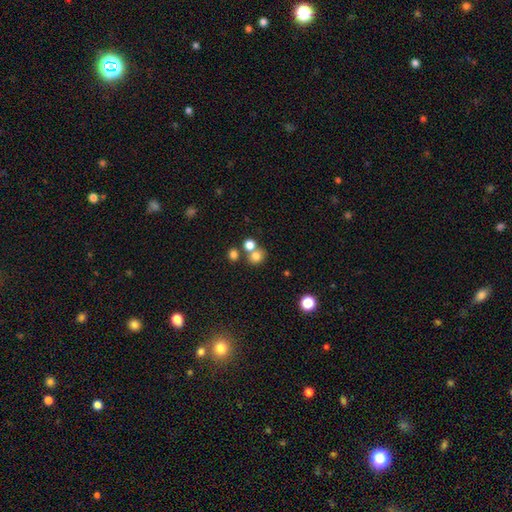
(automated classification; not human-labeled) smooth_or_featured: smooth (p=0.76) [alt: star or artifact p=0.14]
how_rounded: round (p=0.82) [alt: in between p=0.17]
merging: none (p=0.54) [alt: merger p=0.35]